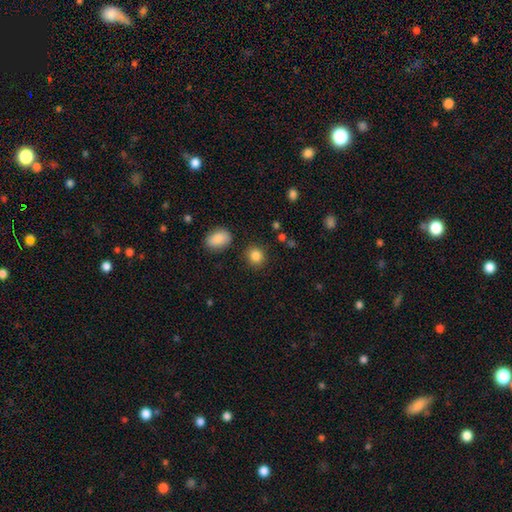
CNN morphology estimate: smooth 85%, star or artifact 10%, featured or disk 5%. Down the decision tree: how rounded — round (79%); merging — none (87%).